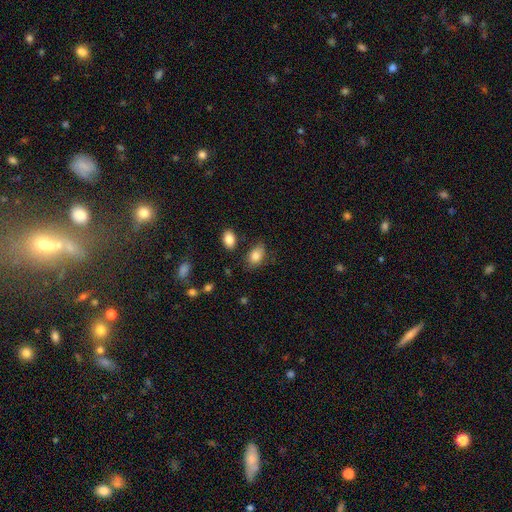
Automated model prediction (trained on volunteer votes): Overall: smooth (83%). How rounded: in between (86%). Merging: none (66%).